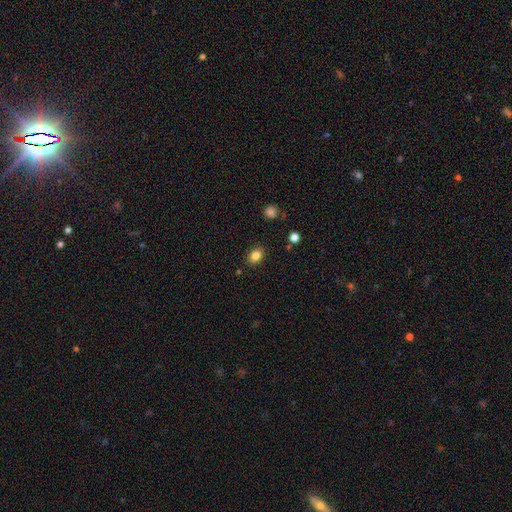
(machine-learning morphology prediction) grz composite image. It shows a smooth galaxy with no disk features (83%) that is in between round and cigar-shaped (67%). Merging: none (86%).